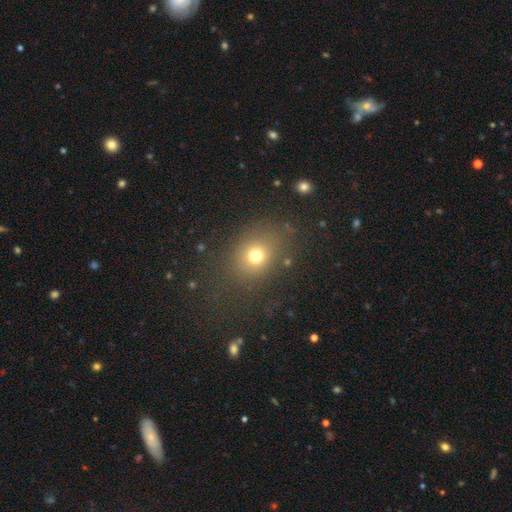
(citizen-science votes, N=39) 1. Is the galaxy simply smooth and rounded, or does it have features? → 77% smooth, 13% featured or disk, 10% star or artifact.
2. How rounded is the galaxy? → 53% round, 47% in between, 0% cigar-shaped.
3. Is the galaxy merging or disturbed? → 94% none, 6% major disturbance, 0% minor disturbance, 0% merger.